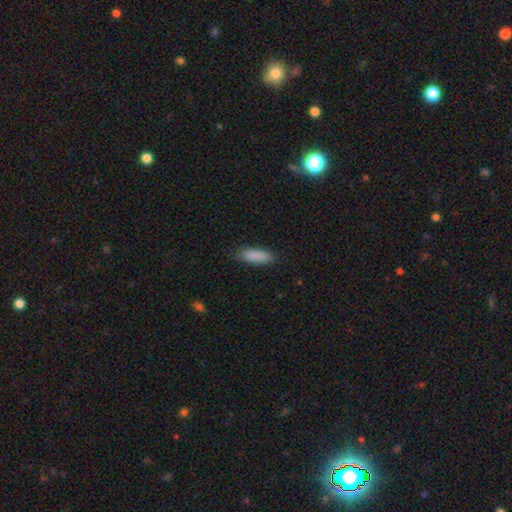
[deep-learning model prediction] Smooth or featured? Predicted: smooth (p=0.89). How rounded? Predicted: in between (p=0.57). Merging? Predicted: none (p=0.85).